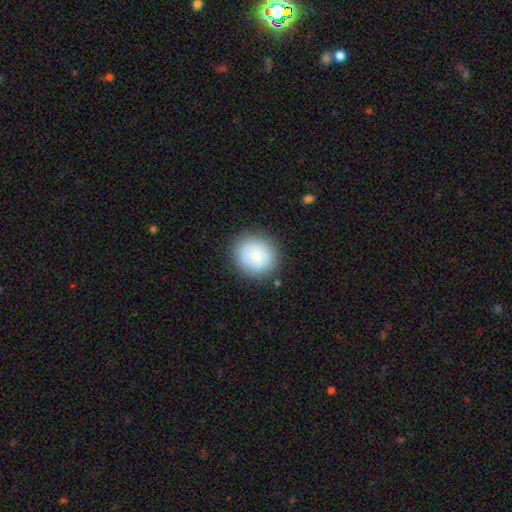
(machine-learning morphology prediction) type=smooth (83%); roundness=round (87%); merging=none (85%).